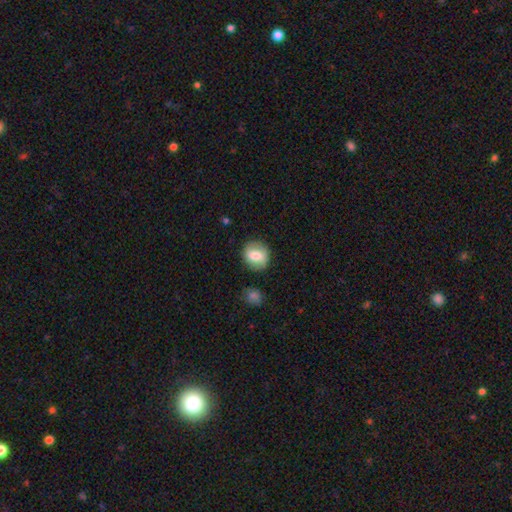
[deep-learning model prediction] A smooth galaxy with no disk features (68%) that is round (76%). Merging: none (83%).